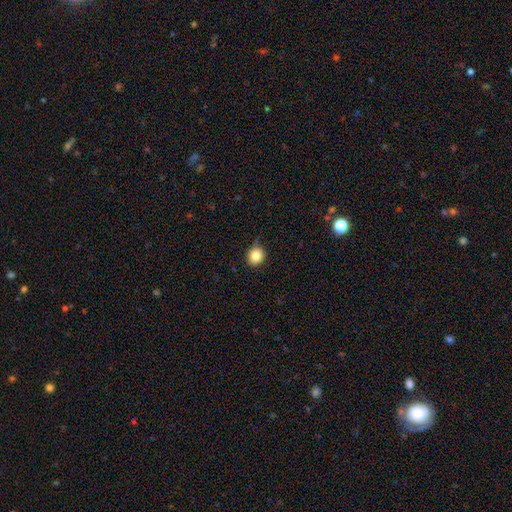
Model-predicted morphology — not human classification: Smooth or featured? smooth (84%)
How rounded? round (86%)
Merging? none (79%)